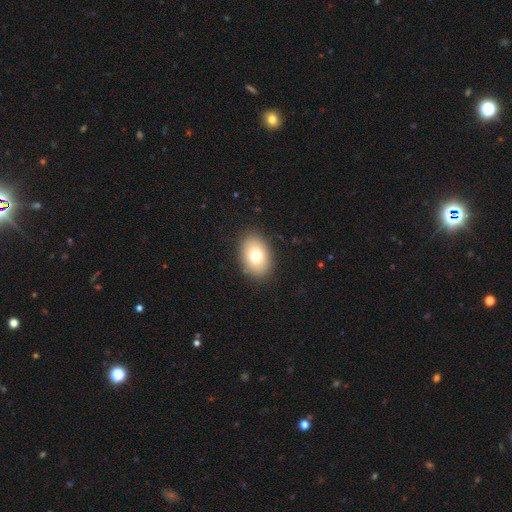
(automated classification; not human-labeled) Smooth or featured? Predicted: smooth (p=0.75). How rounded? Predicted: in between (p=0.80). Merging? Predicted: none (p=0.88).